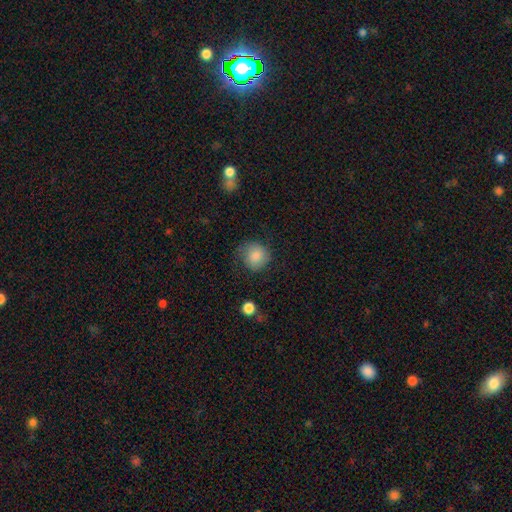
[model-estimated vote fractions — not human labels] Smooth or featured? smooth (84%)
How rounded? round (87%)
Merging? none (70%)